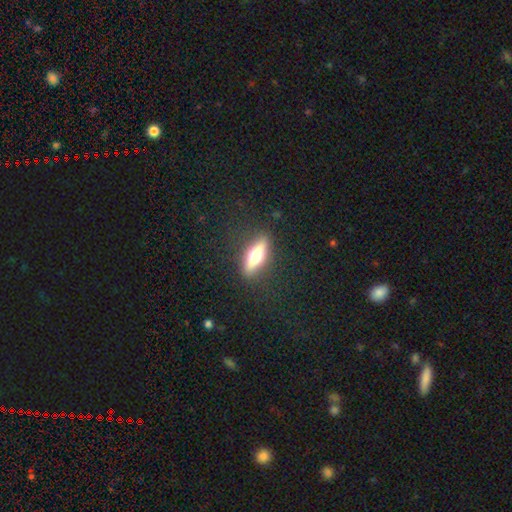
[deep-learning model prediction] The model was most divided on "smooth or featured": smooth: 51%, featured or disk: 42%, star or artifact: 7%. More confident: merging — none (86%); how rounded — cigar-shaped (58%).